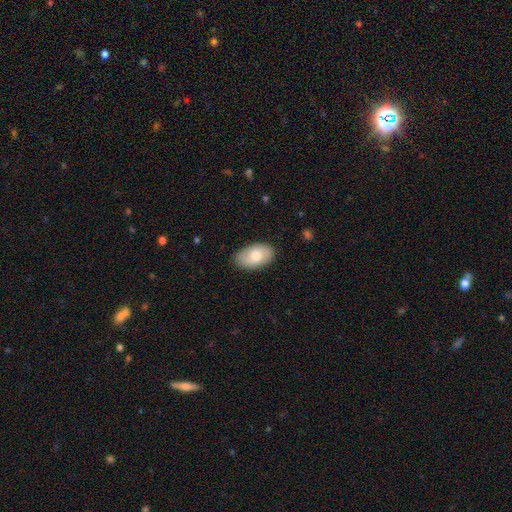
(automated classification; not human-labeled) Smooth or featured?
  - smooth: 73% *
  - featured or disk: 21%
  - star or artifact: 6%
How rounded?
  - in between: 94% *
  - round: 5%
  - cigar-shaped: 1%
Merging?
  - none: 84% *
  - minor disturbance: 12%
  - major disturbance: 3%
  - merger: 1%